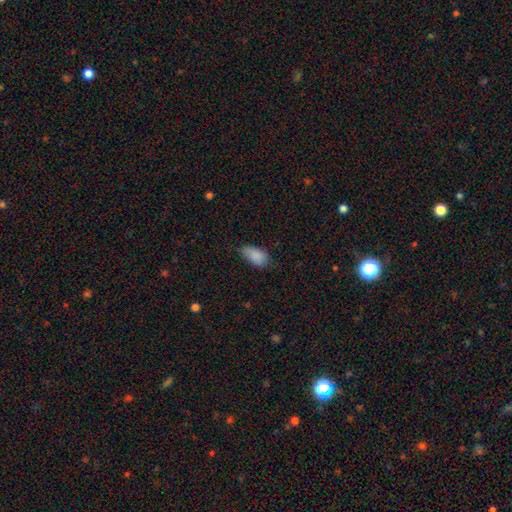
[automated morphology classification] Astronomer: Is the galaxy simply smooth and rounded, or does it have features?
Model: smooth — 86%.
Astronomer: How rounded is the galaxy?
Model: in between — 93%.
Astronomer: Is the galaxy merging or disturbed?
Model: none — 55% (runner-up: minor disturbance, 35%).